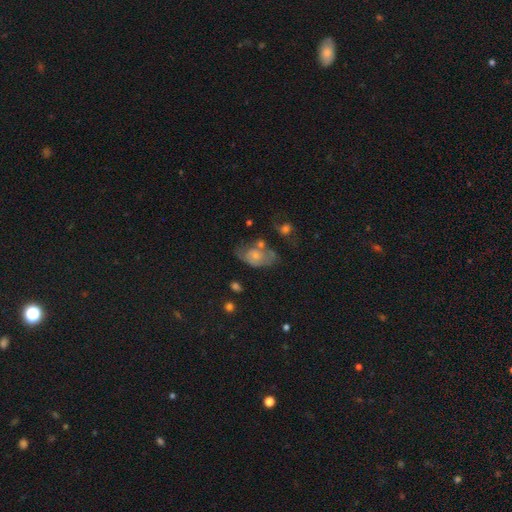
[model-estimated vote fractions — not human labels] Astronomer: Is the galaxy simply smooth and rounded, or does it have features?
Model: smooth — 48% (runner-up: featured or disk, 42%).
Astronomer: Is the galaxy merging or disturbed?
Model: none — 31% (runner-up: minor disturbance, 28%).